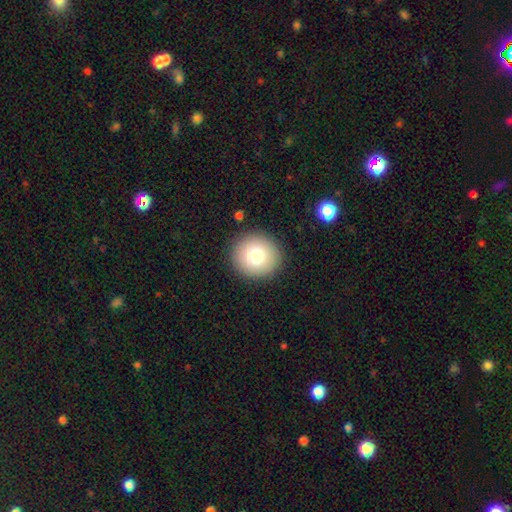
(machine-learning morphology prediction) This appears to be a smooth galaxy with no disk features (77%) that is round (92%). Merging: none (91%).